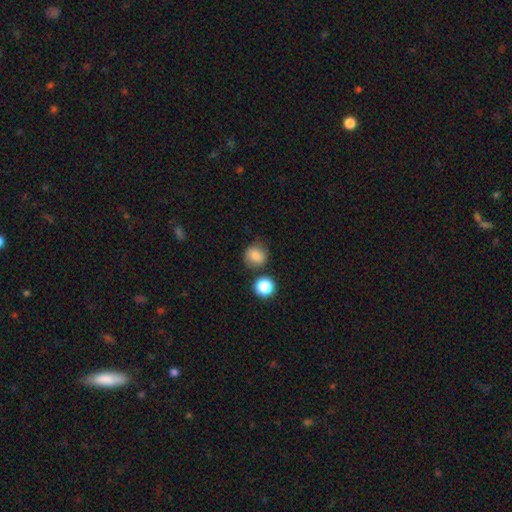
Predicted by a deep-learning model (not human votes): A smooth galaxy with no disk features (82%) that is round (84%). Merging: none (74%).